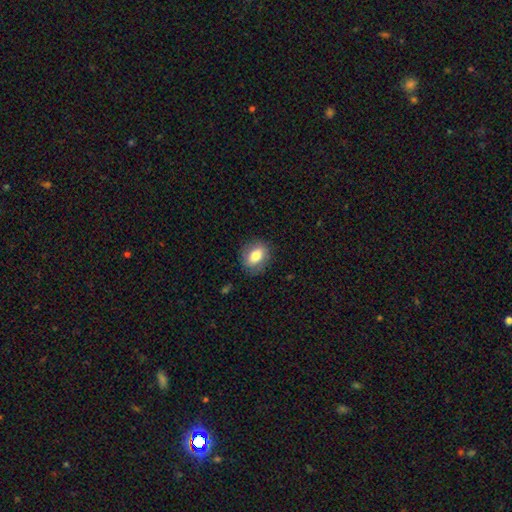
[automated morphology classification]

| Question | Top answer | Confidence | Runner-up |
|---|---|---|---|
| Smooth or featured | smooth | 79% | featured or disk (13%) |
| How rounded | in between | 66% | round (33%) |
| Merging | none | 83% | minor disturbance (13%) |